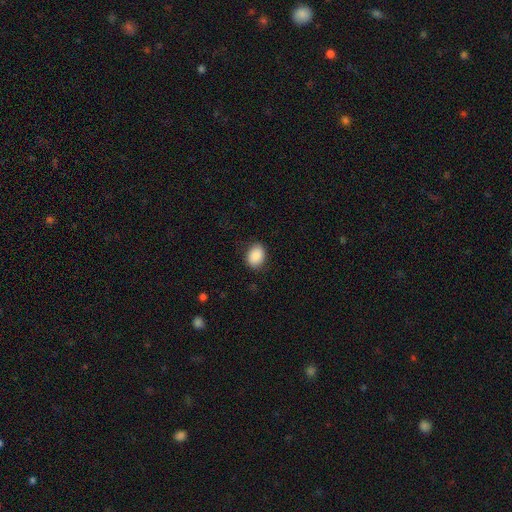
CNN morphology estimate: This appears to be a smooth galaxy with no disk features (89%) that is in between round and cigar-shaped (73%). Merging: none (85%).